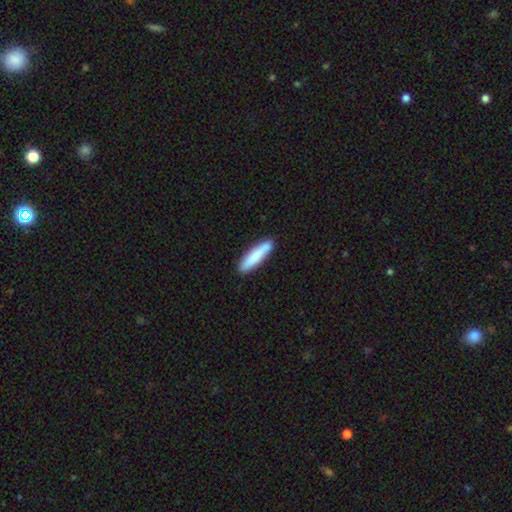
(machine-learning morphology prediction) Smooth or featured? smooth (83%)
How rounded? cigar-shaped (82%)
Merging? none (87%)